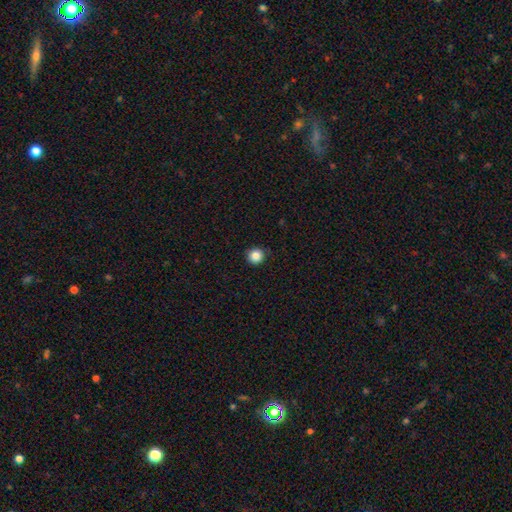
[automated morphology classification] Smooth or featured?
  - smooth: 85% *
  - star or artifact: 10%
  - featured or disk: 4%
How rounded?
  - round: 93% *
  - in between: 6%
  - cigar-shaped: 1%
Merging?
  - none: 90% *
  - minor disturbance: 7%
  - major disturbance: 2%
  - merger: 1%